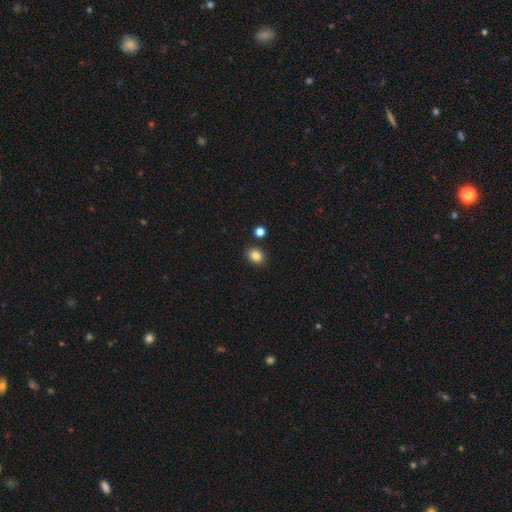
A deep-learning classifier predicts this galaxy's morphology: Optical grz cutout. It shows a smooth galaxy with no disk features (84%) that is round (52%). Merging: none (85%).